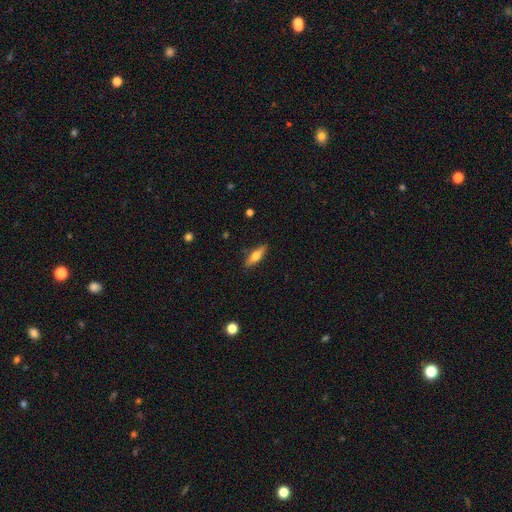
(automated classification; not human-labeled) Smooth or featured? smooth (57%)
How rounded? cigar-shaped (59%)
Merging? none (88%)